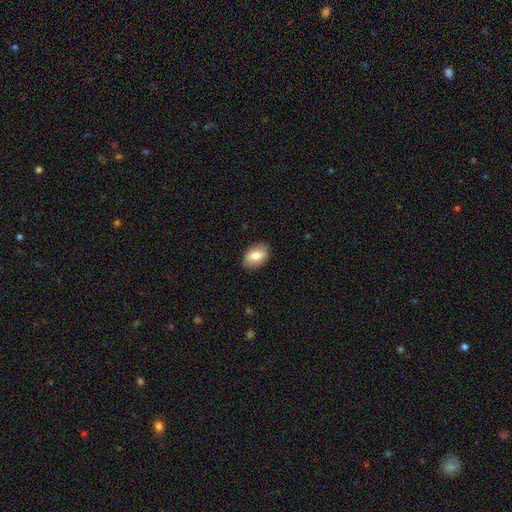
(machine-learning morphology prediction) A smooth galaxy with no disk features (75%) that is in between round and cigar-shaped (89%).

Vote fractions:
- Smooth or featured? smooth: 75% / featured or disk: 19% / star or artifact: 7%
- How rounded? in between: 89% / round: 9% / cigar-shaped: 2%
- Merging? none: 86% / minor disturbance: 11% / major disturbance: 2% / merger: 1%